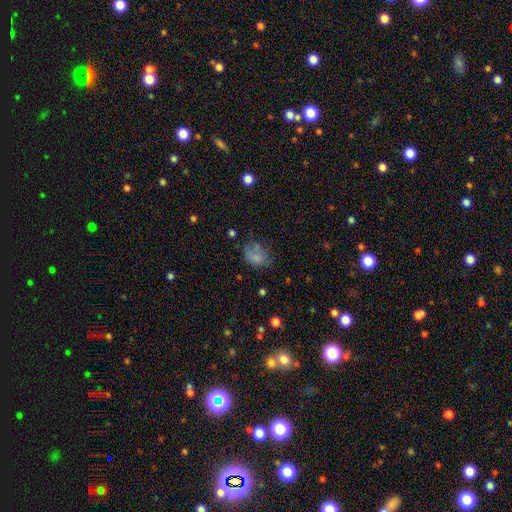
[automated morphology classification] Smooth or featured? Predicted: smooth (p=0.73). How rounded? Predicted: in between (p=0.58). Merging? Predicted: none (p=0.53).